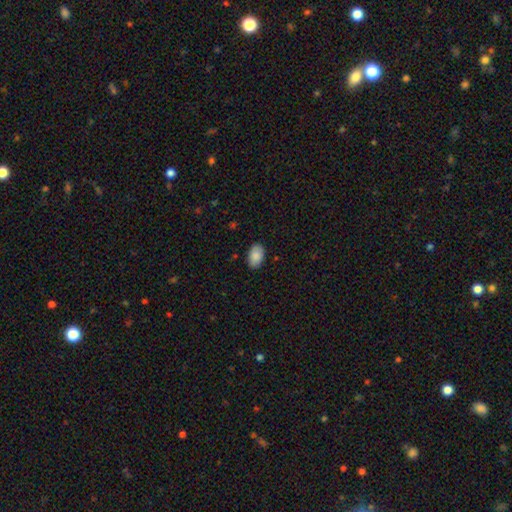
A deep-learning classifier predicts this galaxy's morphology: smooth-or-featured: smooth: 88% | star or artifact: 7% | featured or disk: 5%
  how-rounded: in between: 92% | round: 7% | cigar-shaped: 1%
  merging: none: 87% | minor disturbance: 10% | major disturbance: 2% | merger: 1%